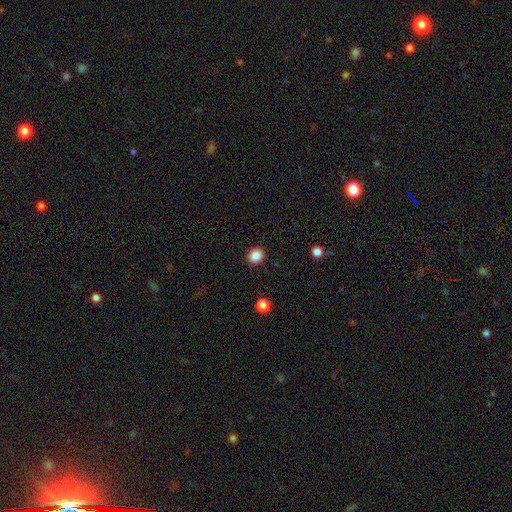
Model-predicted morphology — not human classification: Smooth or featured: smooth — 87% (star or artifact — 10%)
How rounded: round — 83% (in between — 16%)
Merging: none — 91% (minor disturbance — 6%)